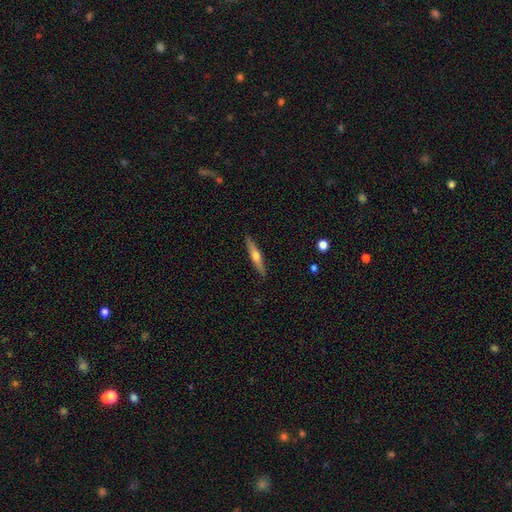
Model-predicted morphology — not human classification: This is possibly a featured or disk galaxy (59%). It is clearly viewed edge-on (96%). Edge-on bulge: clearly rounded (92%). Merging: clearly none (90%).